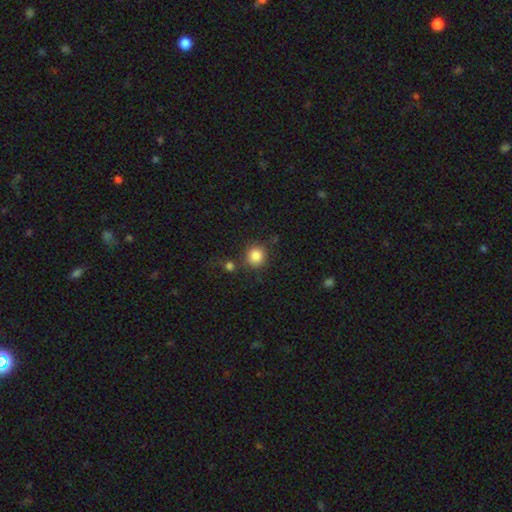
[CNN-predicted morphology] Smooth or featured? smooth (85%)
How rounded? round (89%)
Merging? none (77%)